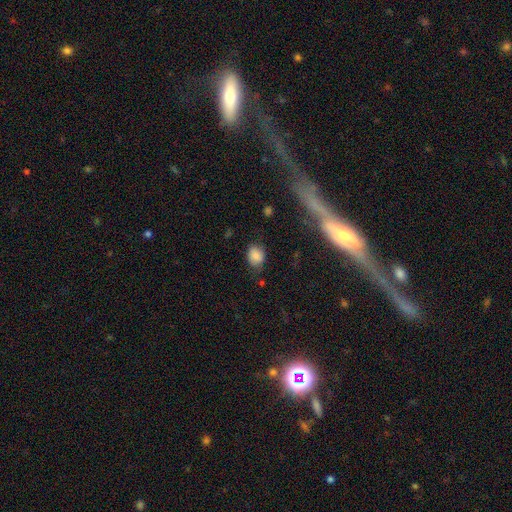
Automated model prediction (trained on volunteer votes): smooth-or-featured: smooth: 82% | star or artifact: 11% | featured or disk: 7%
  how-rounded: in between: 60% | round: 39% | cigar-shaped: 1%
  merging: none: 68% | minor disturbance: 23% | major disturbance: 6% | merger: 2%